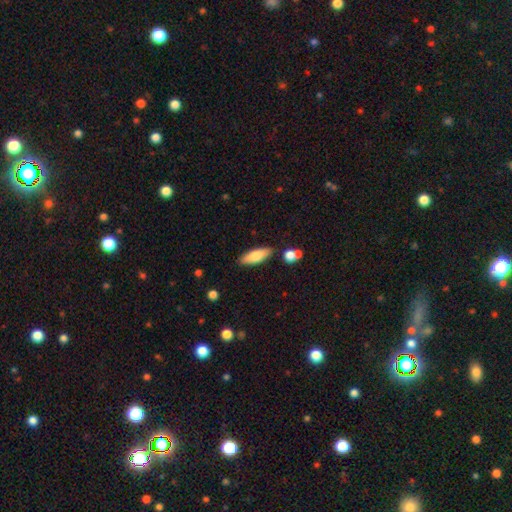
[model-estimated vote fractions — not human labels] Smooth or featured? smooth (74%)
How rounded? in between (62%)
Merging? none (83%)